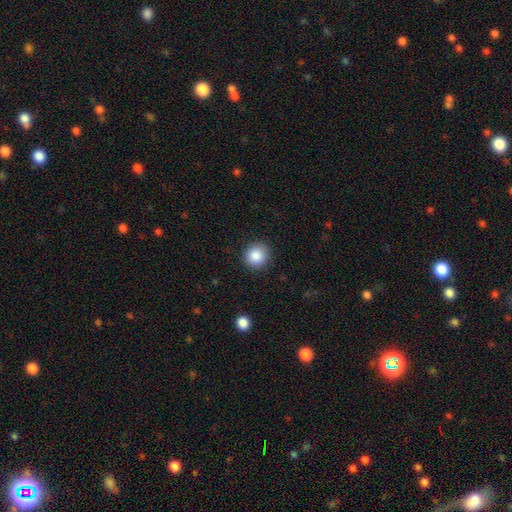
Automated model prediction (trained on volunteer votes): A smooth galaxy with no disk features (87%) that is round (88%). Merging: none (90%).